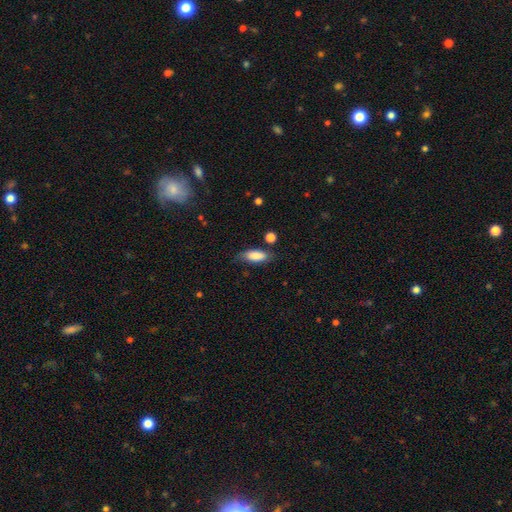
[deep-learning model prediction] The model was most divided on "merging": none: 71%, minor disturbance: 20%, major disturbance: 5%, merger: 4%. More confident: smooth or featured — smooth (82%); how rounded — in between (76%).